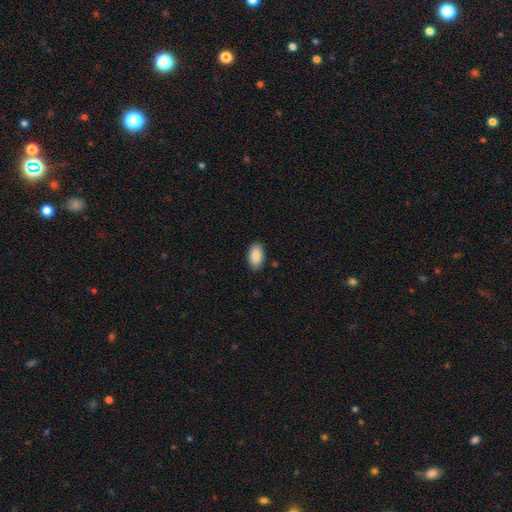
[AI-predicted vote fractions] Q: Smooth or featured?
A: smooth (90%); runner-up: star or artifact (6%)
Q: How rounded?
A: in between (95%); runner-up: round (3%)
Q: Merging?
A: none (88%); runner-up: minor disturbance (9%)